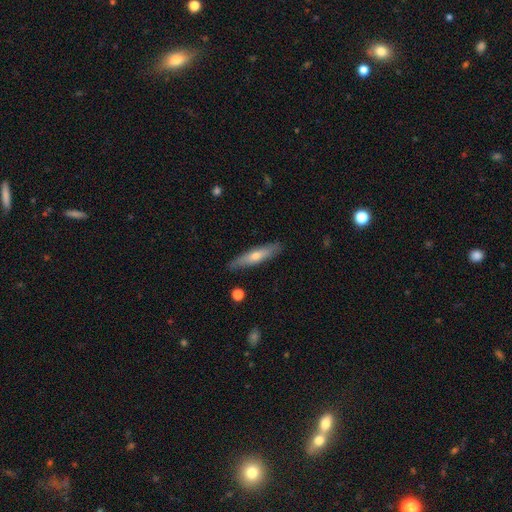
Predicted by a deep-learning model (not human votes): Morphology: type=smooth (51%); roundness=cigar-shaped (83%); merging=none (85%).